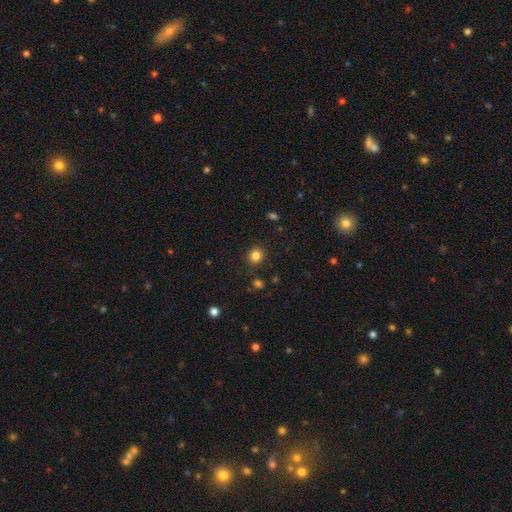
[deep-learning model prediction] Smooth or featured?
  - smooth: 84% *
  - star or artifact: 12%
  - featured or disk: 4%
How rounded?
  - round: 86% *
  - in between: 13%
  - cigar-shaped: 1%
Merging?
  - none: 88% *
  - minor disturbance: 7%
  - major disturbance: 3%
  - merger: 2%